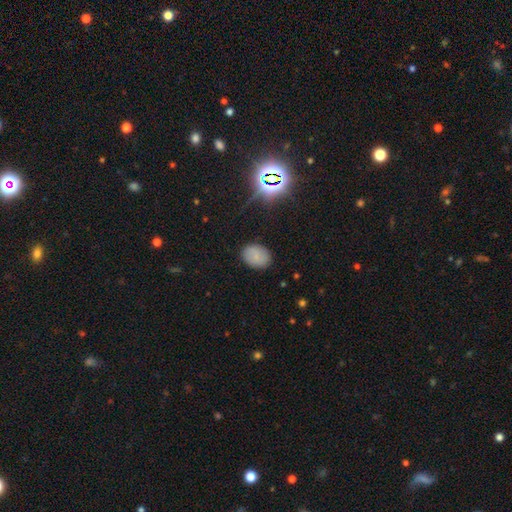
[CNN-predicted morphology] This is likely a smooth galaxy (78%). How rounded: likely in between (72%). Merging: clearly none (85%).